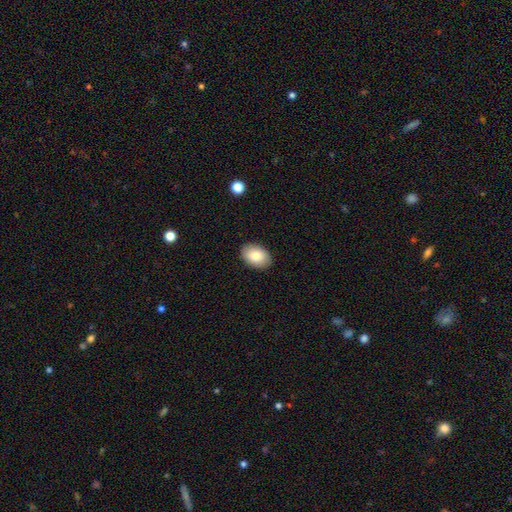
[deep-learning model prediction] Q: Smooth or featured?
A: smooth (84%); runner-up: featured or disk (9%)
Q: How rounded?
A: in between (86%); runner-up: round (13%)
Q: Merging?
A: none (89%); runner-up: minor disturbance (8%)